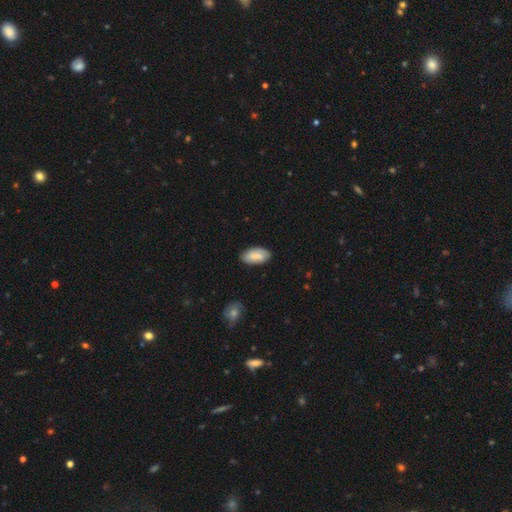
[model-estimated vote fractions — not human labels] Smooth or featured: smooth — 73% (featured or disk — 20%)
How rounded: in between — 94% (cigar-shaped — 4%)
Merging: none — 83% (minor disturbance — 14%)